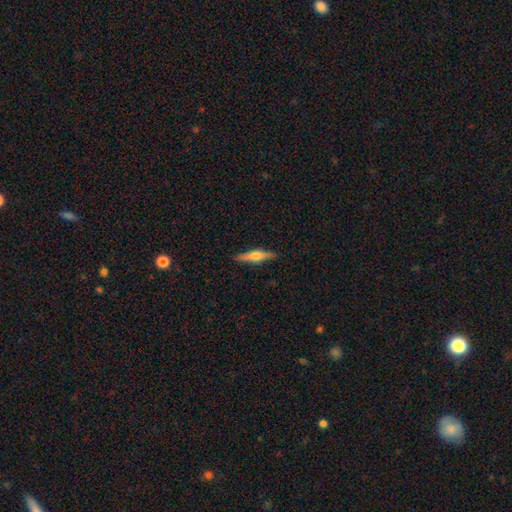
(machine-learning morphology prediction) Smooth or featured? featured or disk (61%)
Edge-on disk? yes (97%)
Edge-on bulge? rounded (92%)
Merging? none (90%)